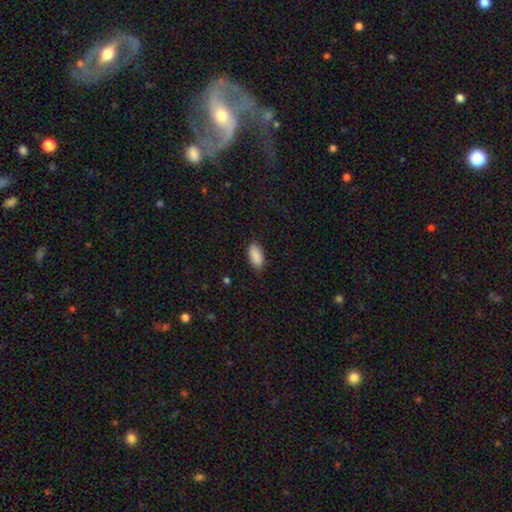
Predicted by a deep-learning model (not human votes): smooth-or-featured: smooth: 89% | star or artifact: 7% | featured or disk: 4%
  how-rounded: in between: 91% | cigar-shaped: 6% | round: 2%
  merging: none: 85% | minor disturbance: 12% | major disturbance: 2% | merger: 1%